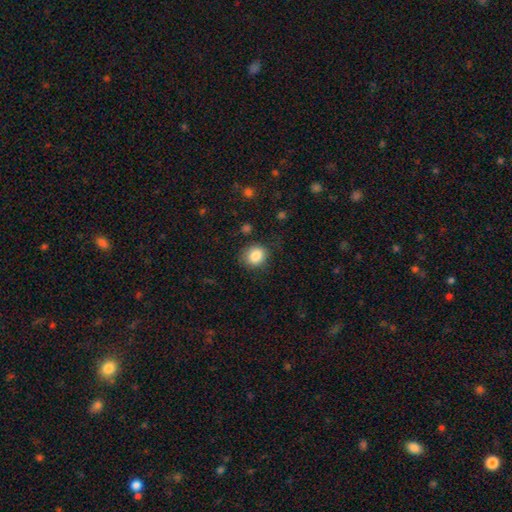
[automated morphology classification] Smooth or featured: smooth — 85% (star or artifact — 9%)
How rounded: round — 74% (in between — 25%)
Merging: none — 81% (minor disturbance — 14%)